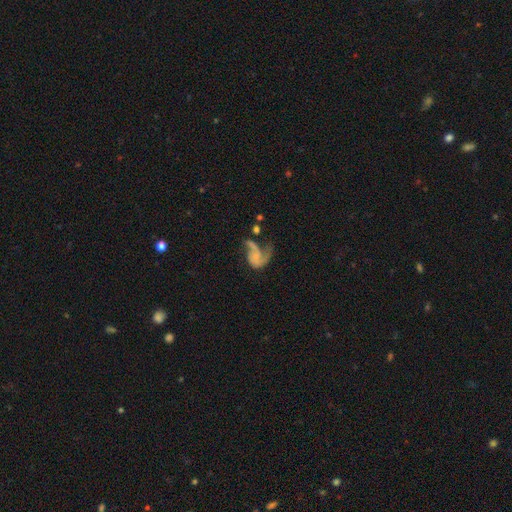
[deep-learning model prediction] smooth-or-featured: featured or disk: 67% | smooth: 24% | star or artifact: 9%
  disk-edge-on: no: 98% | yes: 2%
    bar: no: 75% | weak: 20% | strong: 5%
    has-spiral-arms: yes: 79% | no: 21%
      spiral-winding: loose: 66% | medium: 26% | tight: 8%
      spiral-arm-count: 2: 47% | 1: 42% | can't tell: 6% | 3: 3% | 4: 1% | more than 4: 1%
    bulge-size: none: 51% | small: 36% | moderate: 9% | large: 2% | dominant: 1%
  merging: major disturbance: 45% | none: 26% | minor disturbance: 16% | merger: 13%